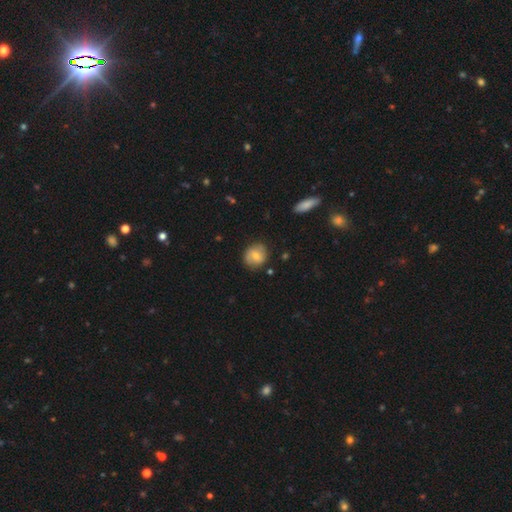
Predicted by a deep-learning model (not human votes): The model was most divided on "smooth or featured": smooth: 67%, featured or disk: 25%, star or artifact: 8%. More confident: merging — none (81%); how rounded — round (80%).